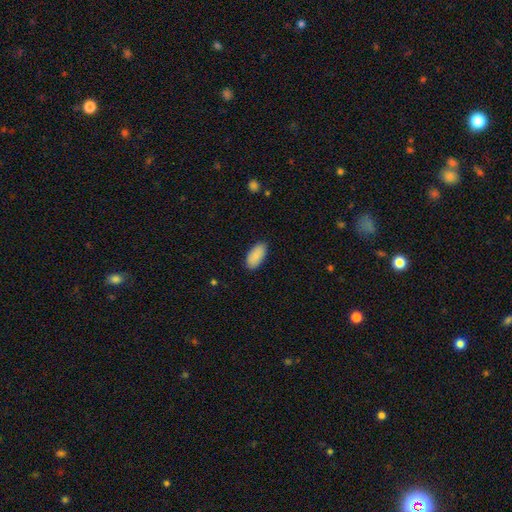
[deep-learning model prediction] This is clearly a smooth galaxy (90%). How rounded: clearly in between (94%). Merging: clearly none (86%).